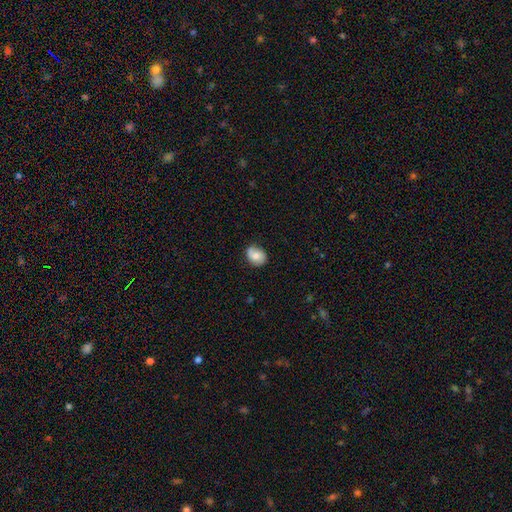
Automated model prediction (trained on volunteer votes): Morphology: type=smooth (62%); roundness=round (50%); merging=none (71%).